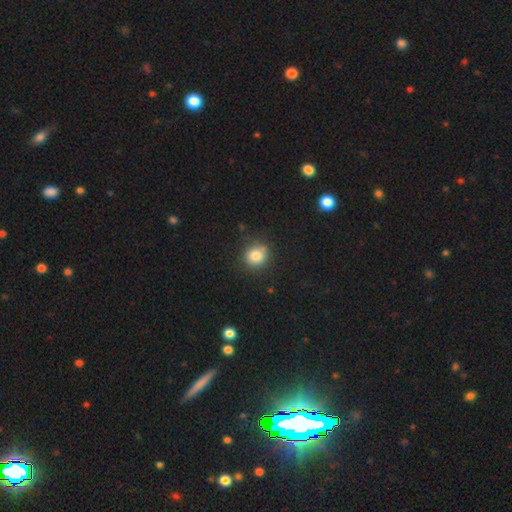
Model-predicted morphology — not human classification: Q: Smooth or featured?
A: smooth (82%); runner-up: star or artifact (11%)
Q: How rounded?
A: round (86%); runner-up: in between (13%)
Q: Merging?
A: none (79%); runner-up: minor disturbance (14%)